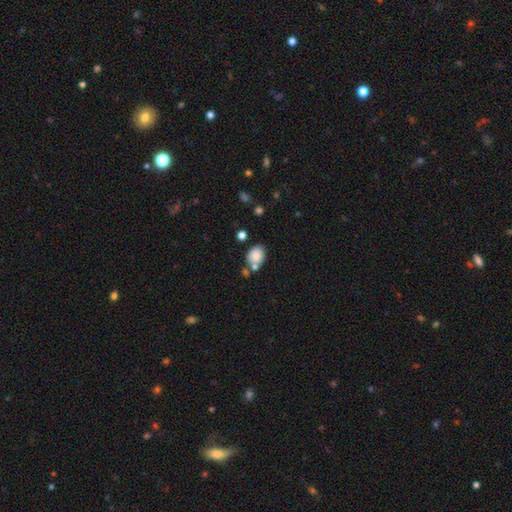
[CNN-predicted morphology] This is clearly a smooth galaxy (82%). How rounded: possibly in between (57%). Merging: likely none (62%).